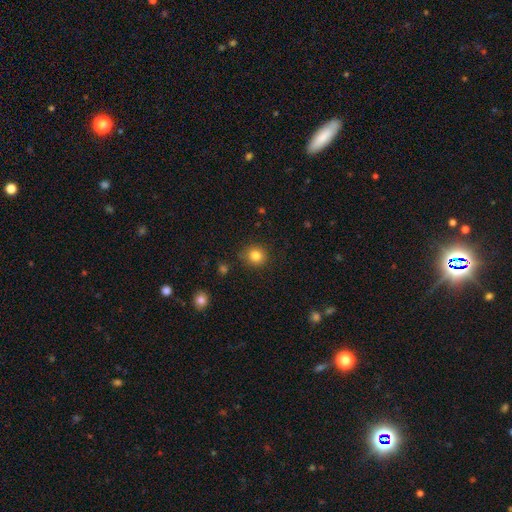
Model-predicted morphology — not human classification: type=smooth (84%); roundness=round (88%); merging=none (86%).